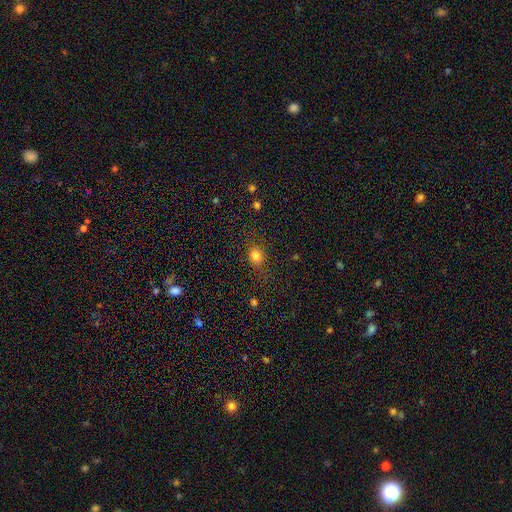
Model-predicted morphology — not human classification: Smooth or featured?
  - smooth: 78% *
  - star or artifact: 14%
  - featured or disk: 8%
How rounded?
  - round: 64% *
  - in between: 34%
  - cigar-shaped: 2%
Merging?
  - none: 78% *
  - minor disturbance: 14%
  - major disturbance: 6%
  - merger: 2%